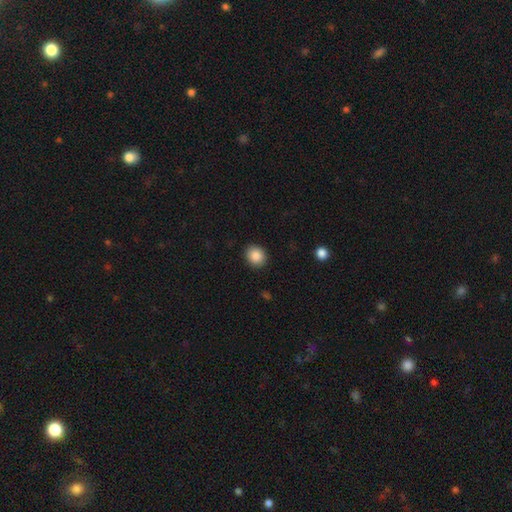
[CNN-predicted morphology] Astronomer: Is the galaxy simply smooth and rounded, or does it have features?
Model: smooth — 87%.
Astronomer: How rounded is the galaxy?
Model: round — 77%.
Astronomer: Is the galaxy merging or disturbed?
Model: none — 90%.